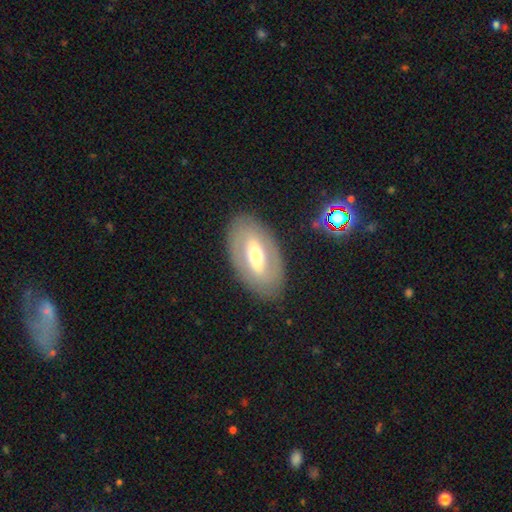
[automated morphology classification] Q: Smooth or featured?
A: featured or disk (60%); runner-up: smooth (33%)
Q: Edge-on disk?
A: no (88%); runner-up: yes (12%)
Q: Bar?
A: strong (39%); runner-up: weak (34%)
Q: Spiral arms?
A: no (70%); runner-up: yes (30%)
Q: Bulge size?
A: moderate (65%); runner-up: small (23%)
Q: Merging?
A: none (84%); runner-up: minor disturbance (10%)